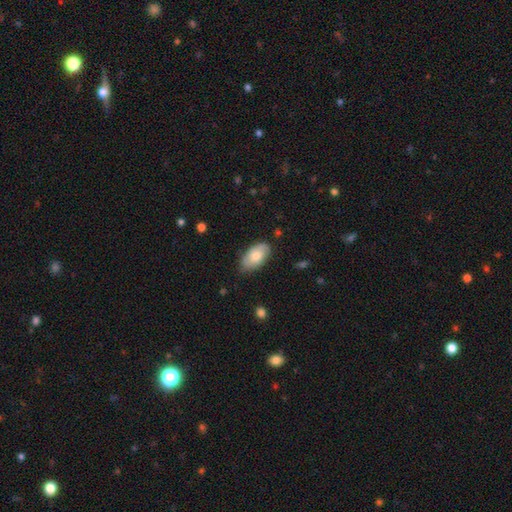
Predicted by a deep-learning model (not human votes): Morphology: type=smooth (72%); roundness=in between (94%); merging=none (72%).